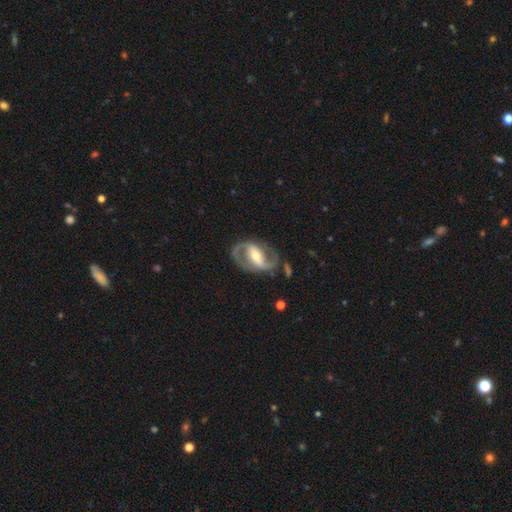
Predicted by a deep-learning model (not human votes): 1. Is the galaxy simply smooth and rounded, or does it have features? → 88% featured or disk, 7% smooth, 4% star or artifact.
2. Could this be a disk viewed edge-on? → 97% no, 3% yes.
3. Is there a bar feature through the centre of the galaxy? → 57% strong, 29% weak, 14% no.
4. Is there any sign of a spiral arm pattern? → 93% yes, 7% no.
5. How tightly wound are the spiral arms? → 55% medium, 25% loose, 20% tight.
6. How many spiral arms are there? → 91% 2, 3% 1, 3% can't tell, 1% 3, 1% 4, 1% more than 4.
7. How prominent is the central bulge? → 58% moderate, 34% small, 6% large, 1% none, 1% dominant.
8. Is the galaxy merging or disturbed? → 79% none, 12% minor disturbance, 7% major disturbance, 2% merger.